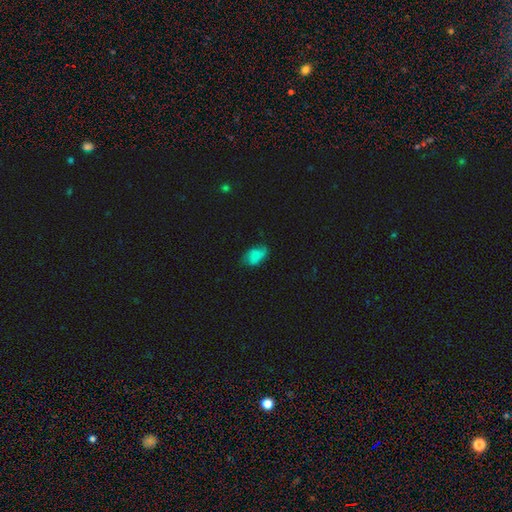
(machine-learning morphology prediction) The model was most divided on "merging": none: 58%, minor disturbance: 31%, major disturbance: 9%, merger: 2%. More confident: how rounded — in between (89%); smooth or featured — smooth (74%).